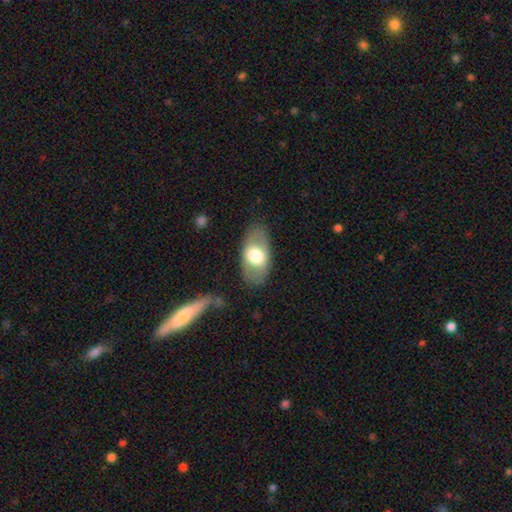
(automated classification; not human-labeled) Smooth or featured: smooth — 61% (featured or disk — 32%)
How rounded: in between — 92% (round — 6%)
Merging: none — 81% (minor disturbance — 12%)